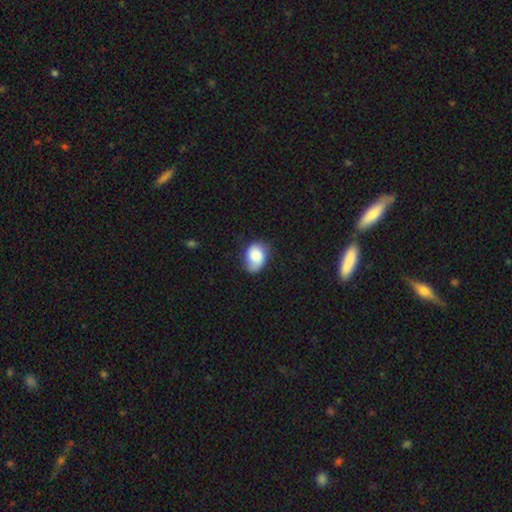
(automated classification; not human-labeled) The model was most divided on "merging": none: 56%, minor disturbance: 32%, major disturbance: 10%, merger: 2%. More confident: smooth or featured — smooth (78%); how rounded — in between (75%).